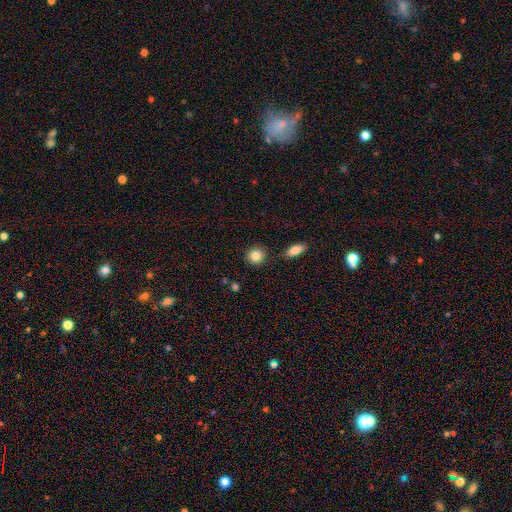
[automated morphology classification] Smooth or featured?
  - smooth: 85% *
  - star or artifact: 8%
  - featured or disk: 6%
How rounded?
  - round: 86% *
  - in between: 13%
  - cigar-shaped: 1%
Merging?
  - none: 86% *
  - minor disturbance: 8%
  - merger: 4%
  - major disturbance: 2%